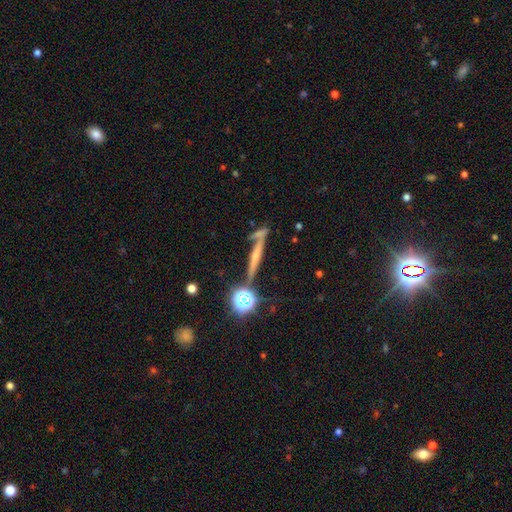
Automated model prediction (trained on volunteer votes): This is possibly a featured or disk galaxy (50%). Merging: likely none (68%).